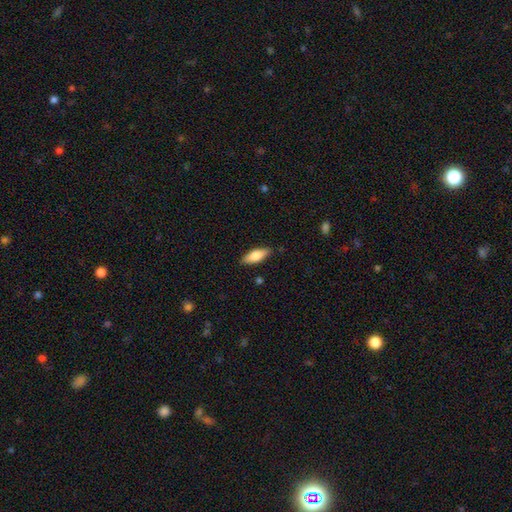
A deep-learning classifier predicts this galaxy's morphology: This appears to be a smooth galaxy with no disk features (74%) that is in between round and cigar-shaped (68%). Merging: none (85%).